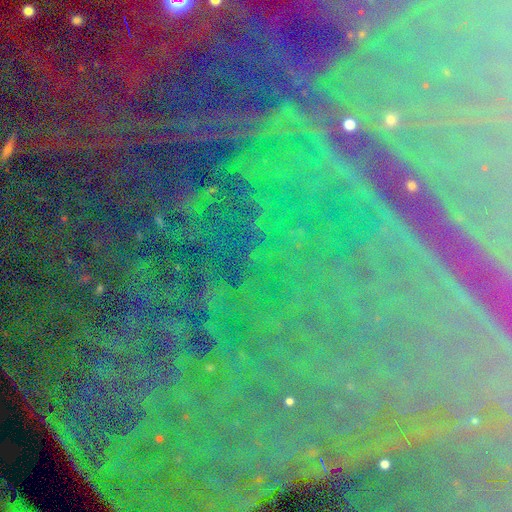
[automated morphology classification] A star or artifact, not a galaxy (87%).

Vote fractions:
- Smooth or featured? star or artifact: 87% / featured or disk: 7% / smooth: 6%